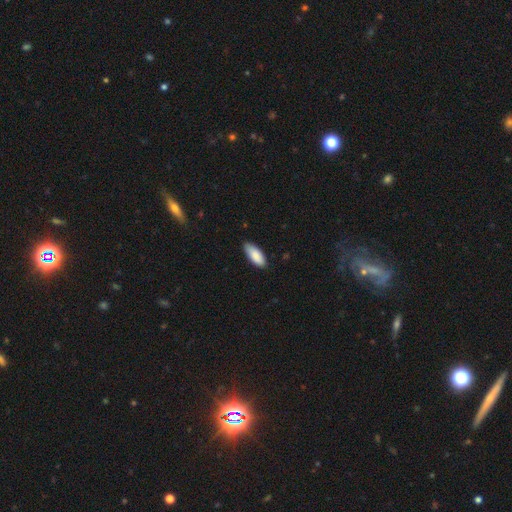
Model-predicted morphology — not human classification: This is clearly a smooth galaxy (88%). How rounded: clearly in between (83%). Merging: likely none (79%).